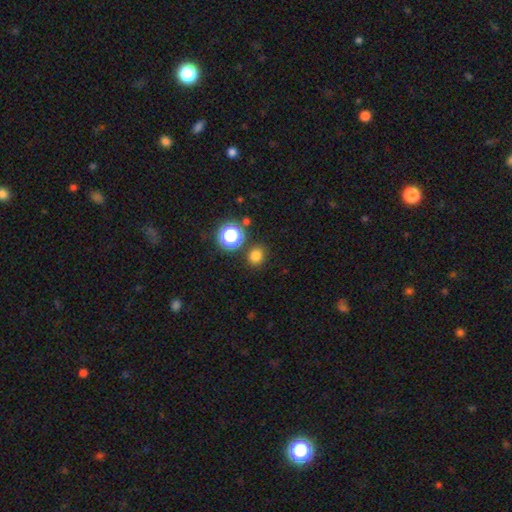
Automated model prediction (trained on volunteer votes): smooth 76%, star or artifact 19%, featured or disk 5%. Down the decision tree: how rounded — round (75%); merging — none (84%).